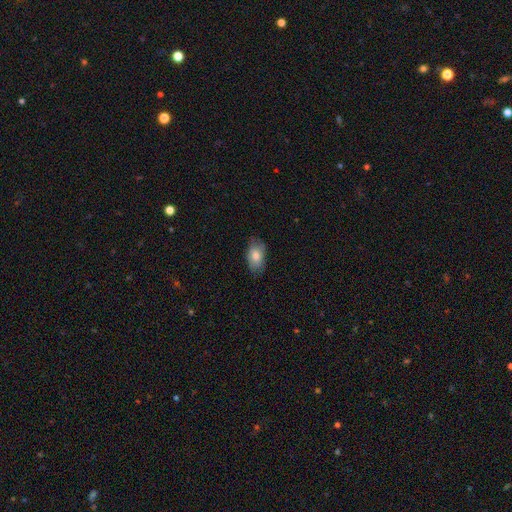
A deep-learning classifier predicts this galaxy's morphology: Smooth or featured?
  - smooth: 81% *
  - featured or disk: 12%
  - star or artifact: 7%
How rounded?
  - in between: 91% *
  - round: 7%
  - cigar-shaped: 2%
Merging?
  - none: 78% *
  - minor disturbance: 18%
  - major disturbance: 4%
  - merger: 1%